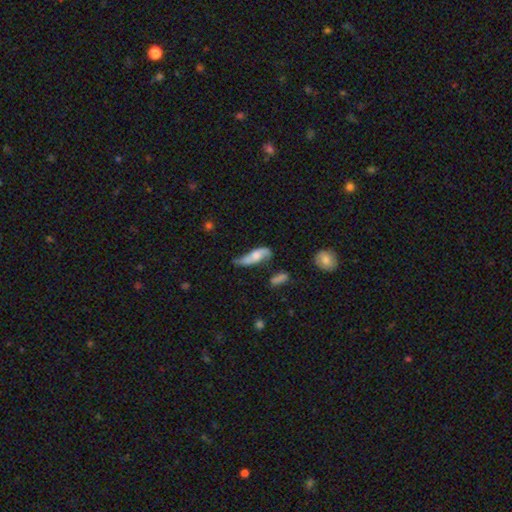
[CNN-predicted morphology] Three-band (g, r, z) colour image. It shows a featured or disk galaxy (60%). Merging: none (48%).